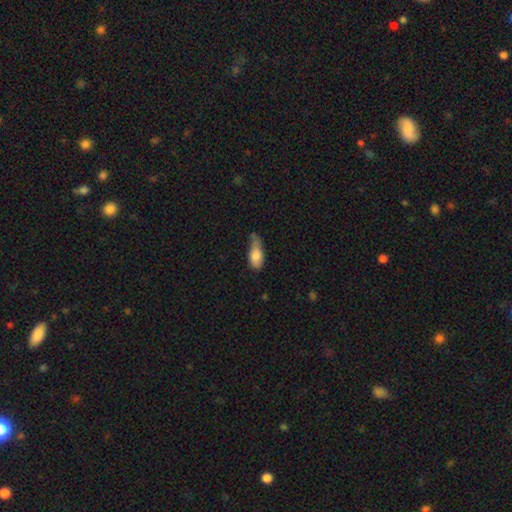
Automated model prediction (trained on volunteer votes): Smooth or featured? Predicted: smooth (p=0.79). How rounded? Predicted: in between (p=0.81). Merging? Predicted: minor disturbance (p=0.44).